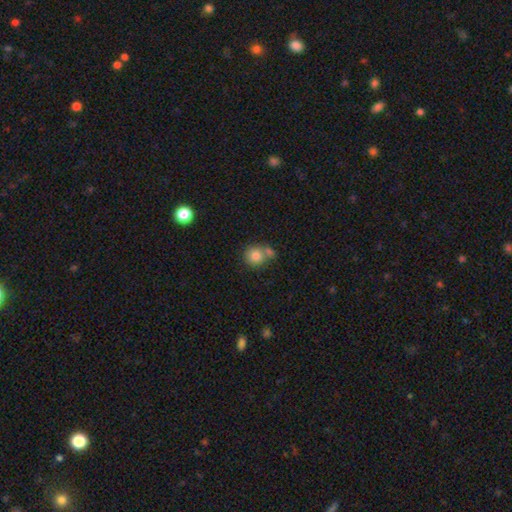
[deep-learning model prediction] smooth_or_featured: smooth (p=0.80) [alt: featured or disk p=0.10]
how_rounded: round (p=0.85) [alt: in between p=0.14]
merging: none (p=0.49) [alt: merger p=0.34]